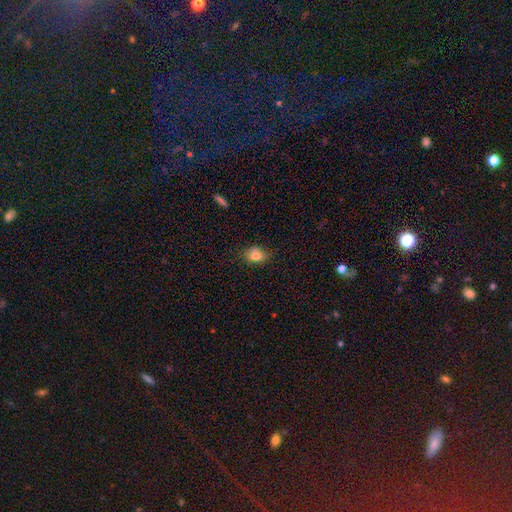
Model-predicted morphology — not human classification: This is clearly a smooth galaxy (81%). How rounded: likely in between (66%). Merging: likely none (79%).